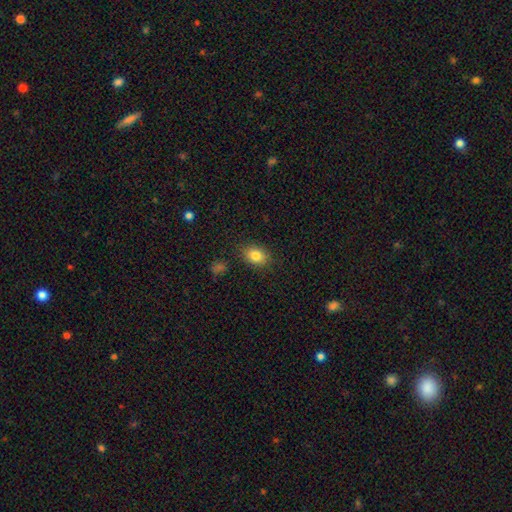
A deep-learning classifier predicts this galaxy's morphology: Smooth or featured?
  - smooth: 83% *
  - star or artifact: 9%
  - featured or disk: 8%
How rounded?
  - in between: 71% *
  - round: 28%
  - cigar-shaped: 1%
Merging?
  - none: 85% *
  - minor disturbance: 10%
  - major disturbance: 3%
  - merger: 2%